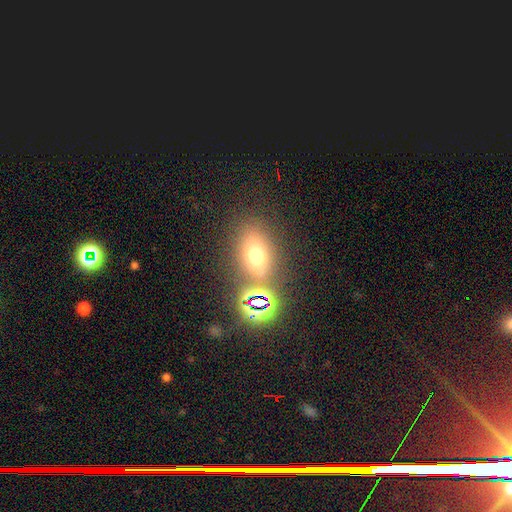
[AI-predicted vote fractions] A smooth galaxy with no disk features (58%) that is in between round and cigar-shaped (64%). Merging: none (75%).